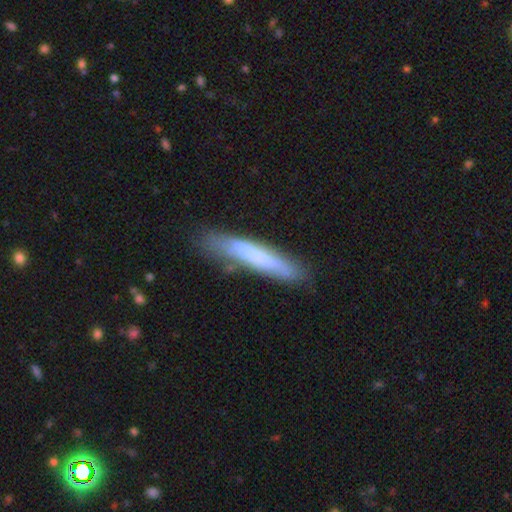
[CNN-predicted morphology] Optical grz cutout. It shows a smooth galaxy with no disk features (59%) that is cigar-shaped (91%). Merging: none (74%).